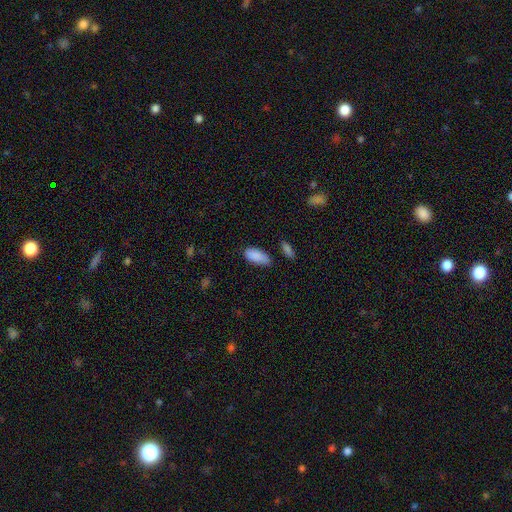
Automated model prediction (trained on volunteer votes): Smooth or featured? smooth (88%)
How rounded? in between (88%)
Merging? none (61%)